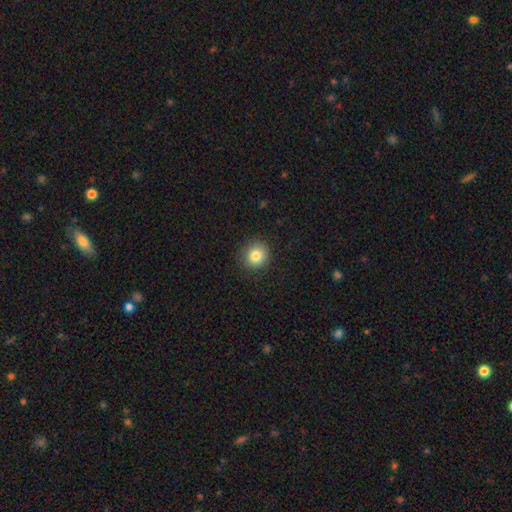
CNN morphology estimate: Smooth or featured? Predicted: smooth (p=0.83). How rounded? Predicted: round (p=0.89). Merging? Predicted: none (p=0.89).